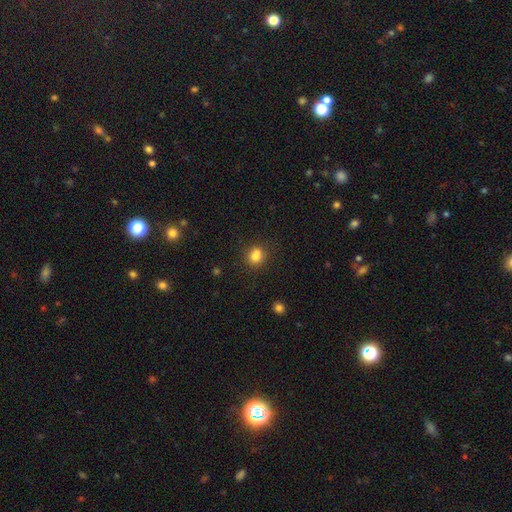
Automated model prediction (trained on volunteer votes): smooth-or-featured: smooth: 78% | star or artifact: 12% | featured or disk: 9%
  how-rounded: round: 70% | in between: 29% | cigar-shaped: 1%
  merging: none: 57% | merger: 25% | minor disturbance: 14% | major disturbance: 4%